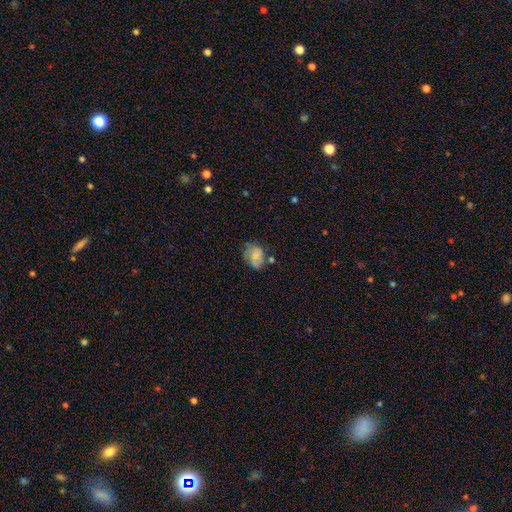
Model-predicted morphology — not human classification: Smooth or featured?
  - smooth: 56% *
  - featured or disk: 33%
  - star or artifact: 11%
How rounded?
  - in between: 55% *
  - round: 44%
  - cigar-shaped: 1%
Merging?
  - none: 45% *
  - minor disturbance: 27%
  - major disturbance: 17%
  - merger: 11%